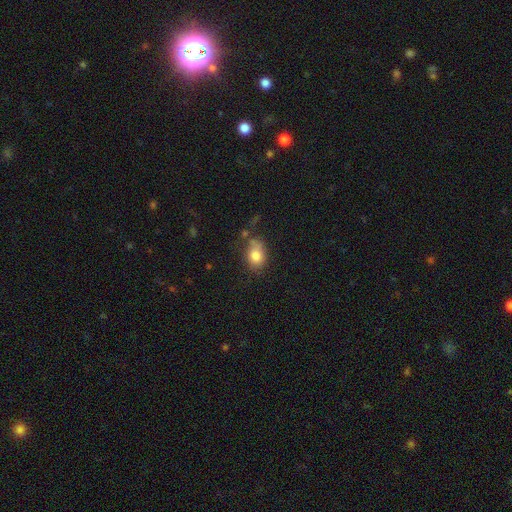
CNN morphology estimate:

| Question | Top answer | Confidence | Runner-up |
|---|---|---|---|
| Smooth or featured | smooth | 80% | featured or disk (11%) |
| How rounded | in between | 68% | round (30%) |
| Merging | none | 51% | minor disturbance (27%) |